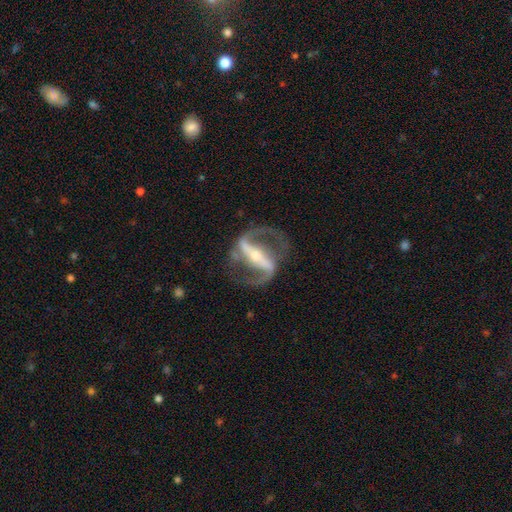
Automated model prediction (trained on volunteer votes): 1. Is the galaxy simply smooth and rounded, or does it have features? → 92% featured or disk, 4% star or artifact, 4% smooth.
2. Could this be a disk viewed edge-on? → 94% no, 6% yes.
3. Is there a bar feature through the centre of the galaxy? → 80% strong, 13% weak, 7% no.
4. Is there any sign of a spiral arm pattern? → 95% yes, 5% no.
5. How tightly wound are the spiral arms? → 55% medium, 29% loose, 16% tight.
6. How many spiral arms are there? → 93% 2, 2% can't tell, 2% 1, 1% 3, 1% 4, 1% more than 4.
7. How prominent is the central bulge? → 62% small, 33% moderate, 3% large, 2% none, 1% dominant.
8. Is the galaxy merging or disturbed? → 77% none, 11% minor disturbance, 9% major disturbance, 2% merger.